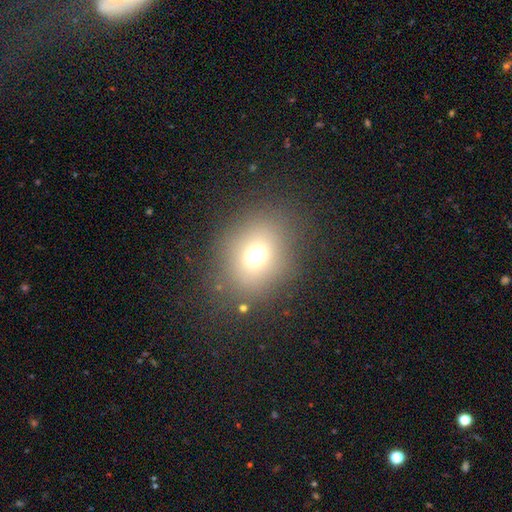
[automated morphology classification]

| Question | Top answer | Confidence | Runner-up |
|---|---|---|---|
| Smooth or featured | smooth | 67% | star or artifact (21%) |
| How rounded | round | 62% | in between (37%) |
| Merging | none | 80% | minor disturbance (10%) |